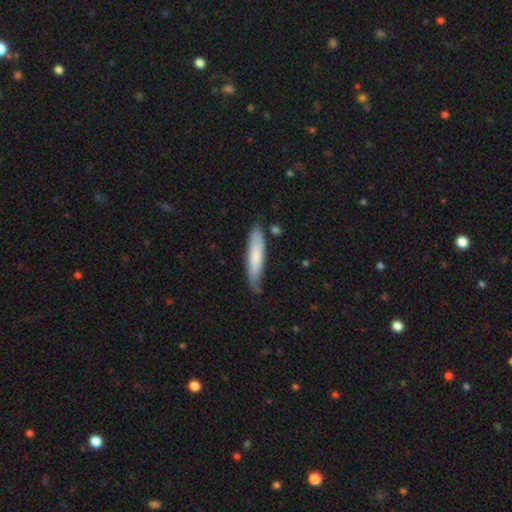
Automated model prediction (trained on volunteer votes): smooth_or_featured: smooth (p=0.73) [alt: featured or disk p=0.22]
how_rounded: cigar-shaped (p=0.84) [alt: in between p=0.15]
merging: none (p=0.73) [alt: minor disturbance p=0.21]